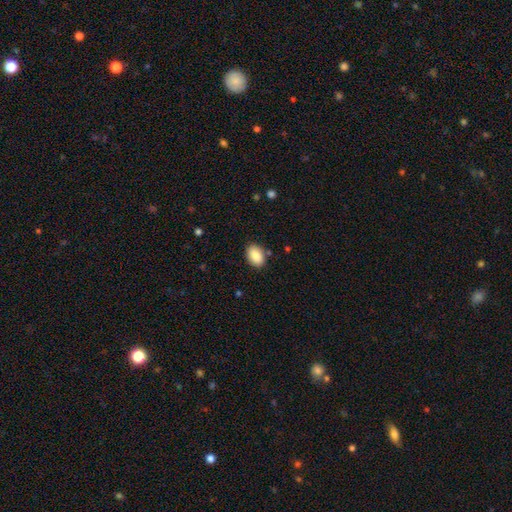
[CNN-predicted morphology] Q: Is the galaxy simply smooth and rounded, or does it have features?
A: smooth — 87%.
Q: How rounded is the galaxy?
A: in between — 85%.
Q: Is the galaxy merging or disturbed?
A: none — 84%.